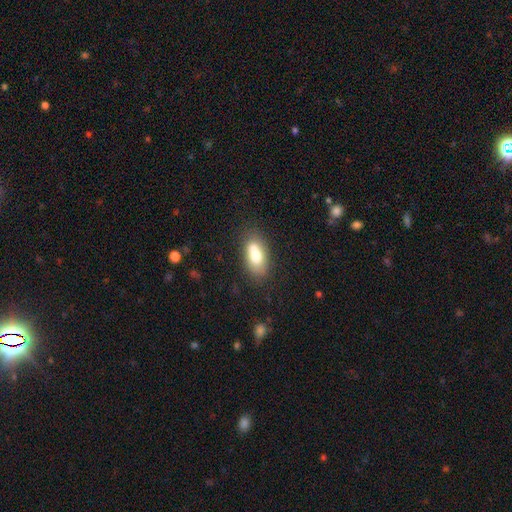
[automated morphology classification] The model was most divided on "merging": none: 52%, merger: 25%, minor disturbance: 17%, major disturbance: 6%. More confident: how rounded — in between (87%); smooth or featured — smooth (70%).